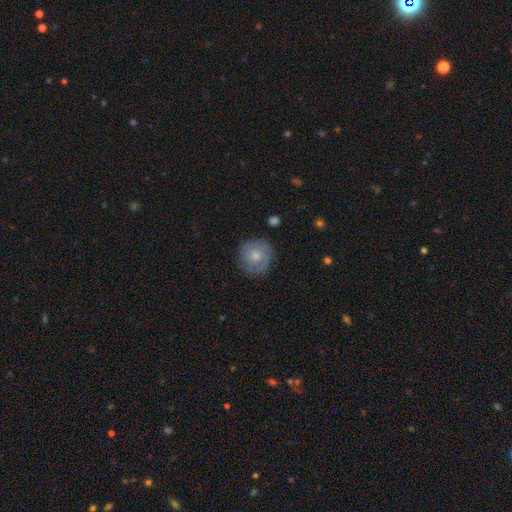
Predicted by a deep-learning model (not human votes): A smooth galaxy with no disk features (62%) that is round (90%). Merging: none (79%).